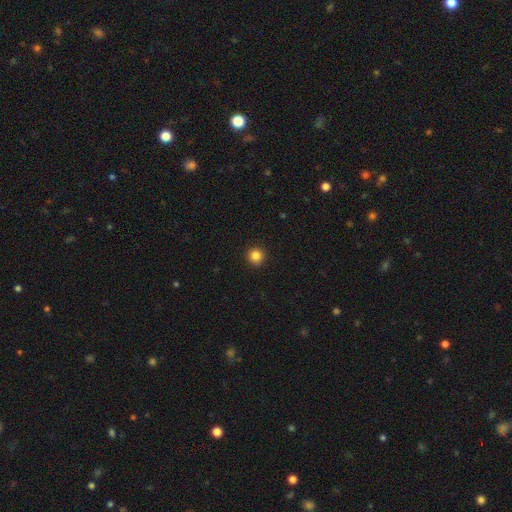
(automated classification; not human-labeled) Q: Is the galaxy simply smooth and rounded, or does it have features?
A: smooth — 84%.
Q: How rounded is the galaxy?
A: round — 96%.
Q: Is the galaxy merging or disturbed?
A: none — 93%.